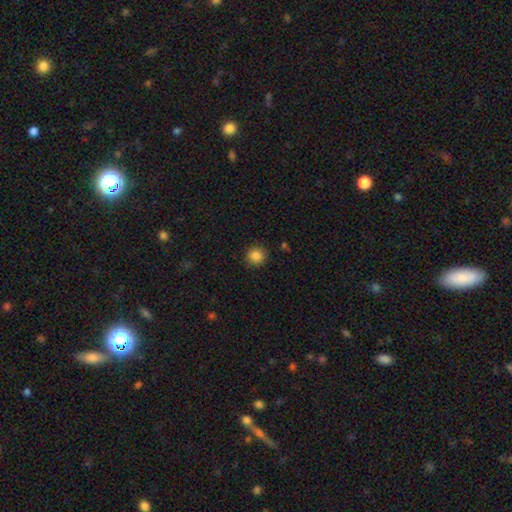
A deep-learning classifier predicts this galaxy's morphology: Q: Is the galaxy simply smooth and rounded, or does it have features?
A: smooth — 86%.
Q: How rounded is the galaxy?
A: round — 92%.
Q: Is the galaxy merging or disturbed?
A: none — 90%.